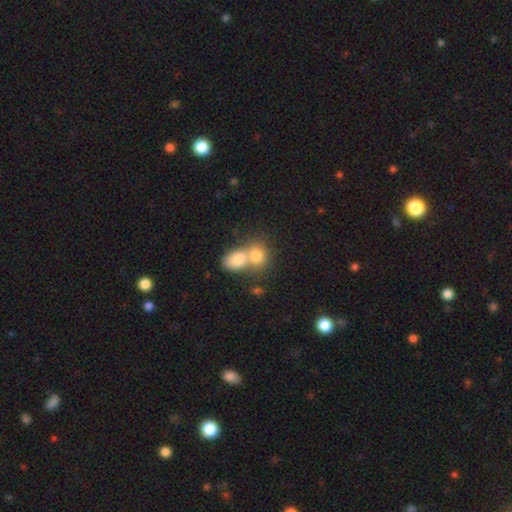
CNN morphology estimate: Smooth or featured? Predicted: smooth (p=0.78). How rounded? Predicted: round (p=0.52). Merging? Predicted: merger (p=0.67).